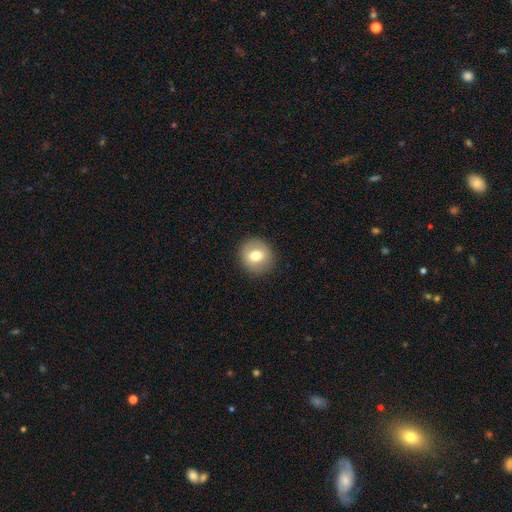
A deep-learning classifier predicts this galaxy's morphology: Q: Smooth or featured?
A: smooth (72%); runner-up: featured or disk (19%)
Q: How rounded?
A: round (90%); runner-up: in between (9%)
Q: Merging?
A: none (89%); runner-up: minor disturbance (7%)